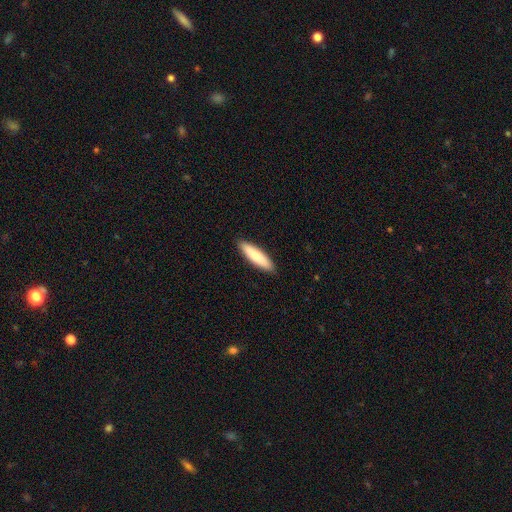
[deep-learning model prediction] A smooth galaxy with no disk features (76%) that is cigar-shaped (72%).

Vote fractions:
- Smooth or featured? smooth: 76% / featured or disk: 19% / star or artifact: 5%
- How rounded? cigar-shaped: 72% / in between: 27% / round: 1%
- Merging? none: 90% / minor disturbance: 7% / major disturbance: 1% / merger: 1%